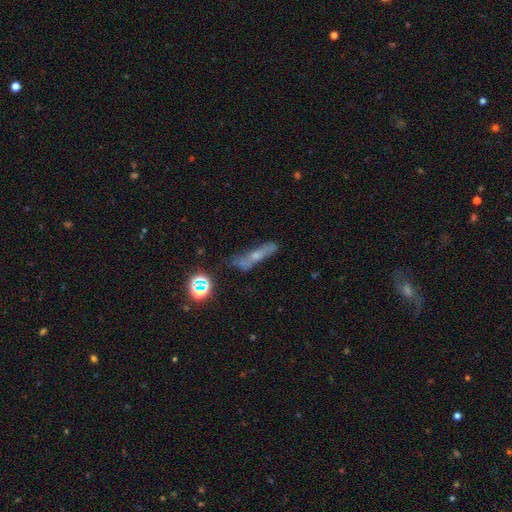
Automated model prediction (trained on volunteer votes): A featured or disk galaxy (42%).

Vote fractions:
- Smooth or featured? featured or disk: 42% / smooth: 39% / star or artifact: 19%
- Merging? none: 53% / minor disturbance: 23% / major disturbance: 13% / merger: 12%